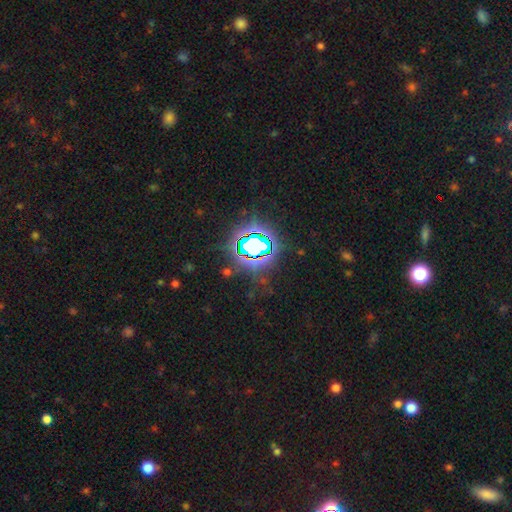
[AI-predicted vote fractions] A star or artifact, not a galaxy (77%).